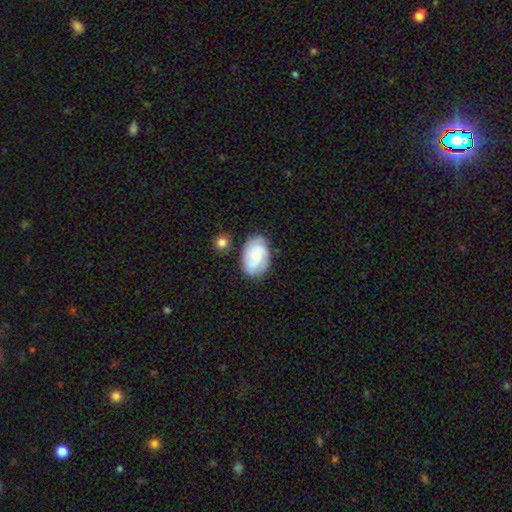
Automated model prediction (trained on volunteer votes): A featured or disk galaxy (48%).

Vote fractions:
- Smooth or featured? featured or disk: 48% / smooth: 46% / star or artifact: 7%
- Merging? none: 71% / minor disturbance: 19% / merger: 5% / major disturbance: 5%